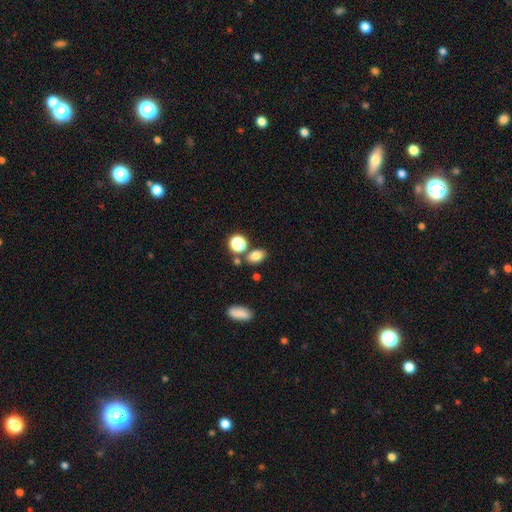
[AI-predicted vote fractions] smooth_or_featured: smooth (p=0.78) [alt: star or artifact p=0.14]
how_rounded: in between (p=0.77) [alt: round p=0.21]
merging: none (p=0.71) [alt: merger p=0.14]